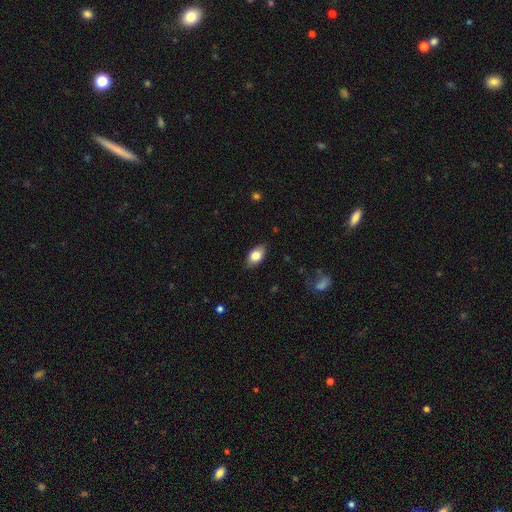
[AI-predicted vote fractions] A smooth galaxy with no disk features (80%) that is in between round and cigar-shaped (90%). Merging: none (84%).